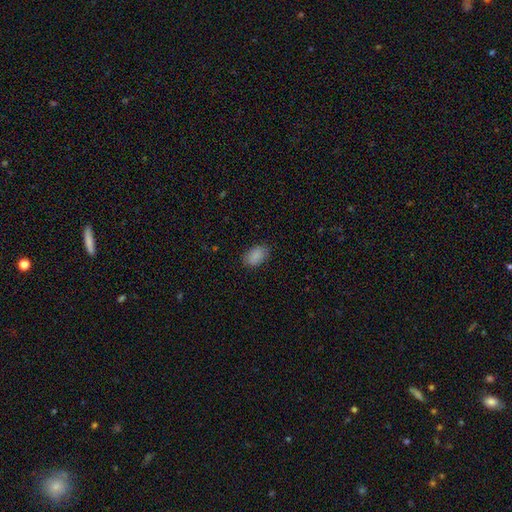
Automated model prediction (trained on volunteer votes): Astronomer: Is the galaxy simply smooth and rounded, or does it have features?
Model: smooth — 88%.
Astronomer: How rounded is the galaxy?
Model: in between — 87%.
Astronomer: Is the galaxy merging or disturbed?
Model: none — 83%.